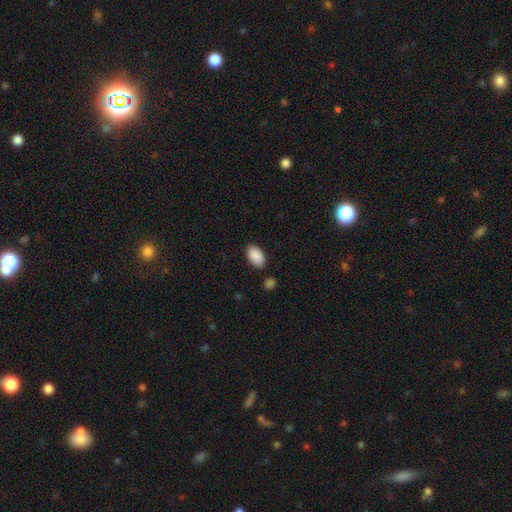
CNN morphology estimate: This is clearly a smooth galaxy (91%). How rounded: clearly in between (94%). Merging: clearly none (82%).